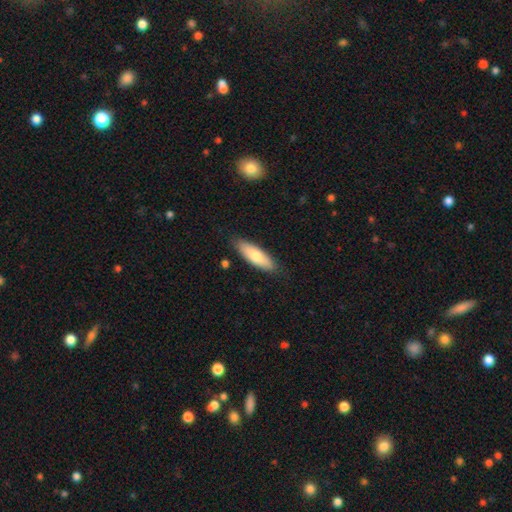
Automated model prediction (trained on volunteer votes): smooth 74%, featured or disk 21%, star or artifact 6%. Down the decision tree: how rounded — in between (59%); merging — none (84%).